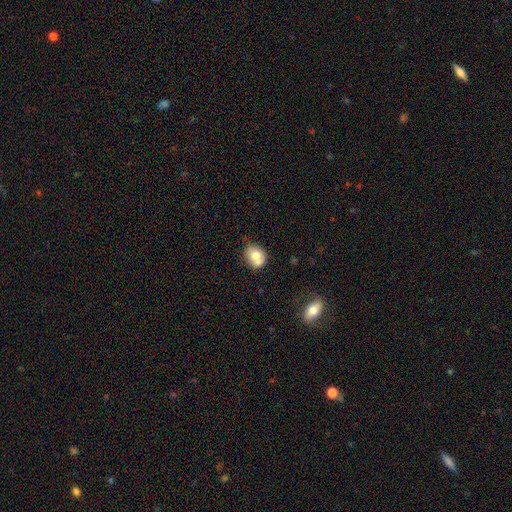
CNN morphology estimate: smooth_or_featured: smooth (p=0.70) [alt: featured or disk p=0.21]
how_rounded: round (p=0.62) [alt: in between p=0.37]
merging: none (p=0.46) [alt: merger p=0.34]